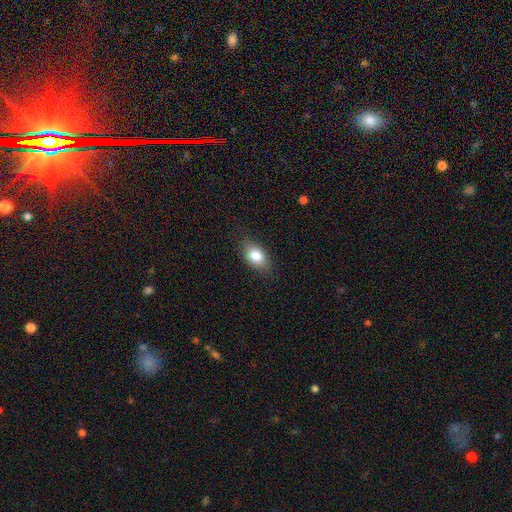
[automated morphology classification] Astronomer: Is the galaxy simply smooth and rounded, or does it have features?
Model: smooth — 80%.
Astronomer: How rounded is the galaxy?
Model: in between — 81%.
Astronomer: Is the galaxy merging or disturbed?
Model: none — 81%.